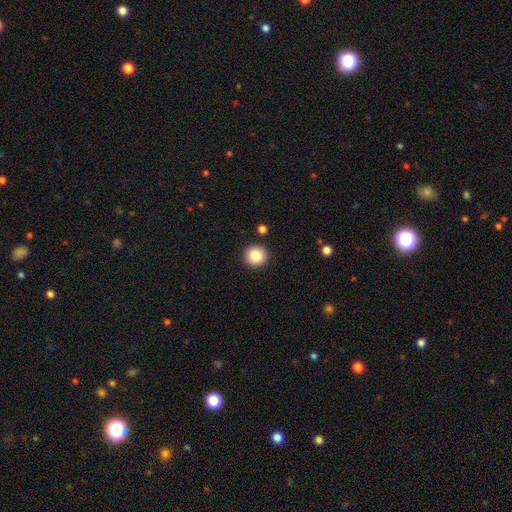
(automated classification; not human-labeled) A smooth galaxy with no disk features (86%) that is round (95%). Merging: none (91%).